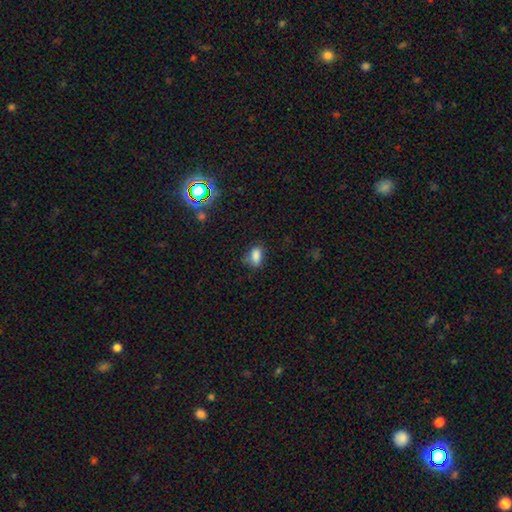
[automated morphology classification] A smooth galaxy with no disk features (82%) that is in between round and cigar-shaped (84%). Merging: none (65%).